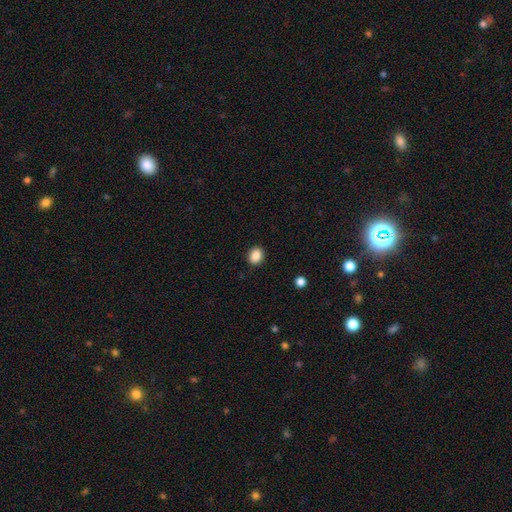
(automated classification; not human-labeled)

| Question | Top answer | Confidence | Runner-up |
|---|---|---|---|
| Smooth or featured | smooth | 88% | star or artifact (9%) |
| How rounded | round | 52% | in between (47%) |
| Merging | none | 90% | minor disturbance (7%) |